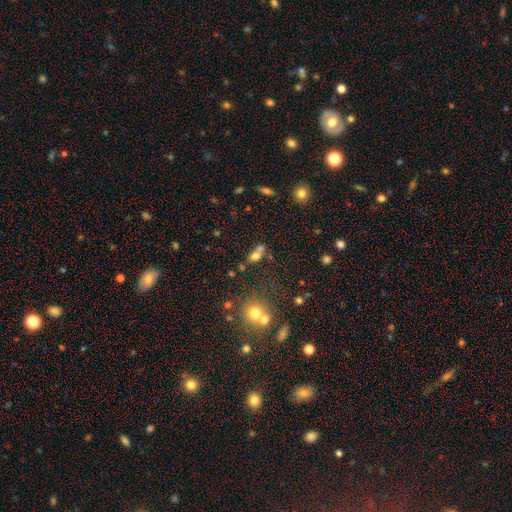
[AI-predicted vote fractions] A smooth galaxy with no disk features (69%) that is in between round and cigar-shaped (63%).

Vote fractions:
- Smooth or featured? smooth: 69% / featured or disk: 16% / star or artifact: 15%
- How rounded? in between: 63% / round: 32% / cigar-shaped: 5%
- Merging? merger: 51% / none: 35% / minor disturbance: 9% / major disturbance: 5%